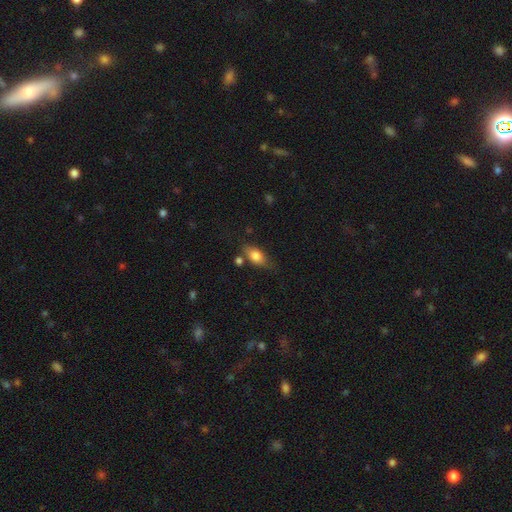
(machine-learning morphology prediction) A smooth galaxy with no disk features (76%) that is in between round and cigar-shaped (82%). Merging: none (66%).